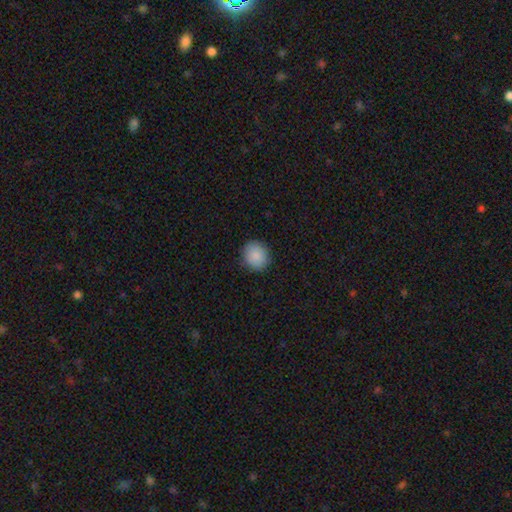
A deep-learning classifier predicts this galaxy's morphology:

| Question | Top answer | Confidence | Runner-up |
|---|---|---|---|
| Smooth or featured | smooth | 88% | star or artifact (8%) |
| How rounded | round | 82% | in between (17%) |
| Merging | none | 88% | minor disturbance (9%) |